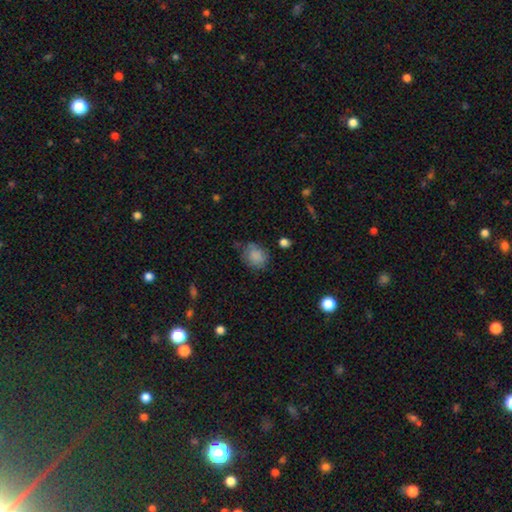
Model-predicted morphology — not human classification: The model was most divided on "how rounded": round: 56%, in between: 43%, cigar-shaped: 1%. More confident: smooth or featured — smooth (83%); merging — none (62%).